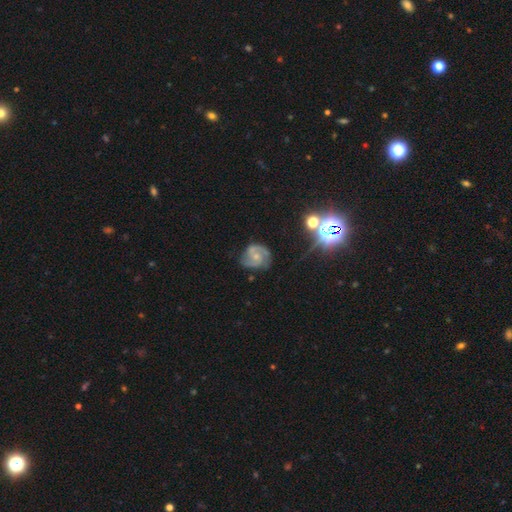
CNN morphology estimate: Overall: featured or disk (81%). Edge-on disk: no (98%). Bar: no (56%; weak 36%). Spiral arms: yes (96%). Spiral arm count: 2 (80%). Spiral winding: medium (51%; tight 34%). Bulge size: small (60%; moderate 31%). Merging: none (72%).